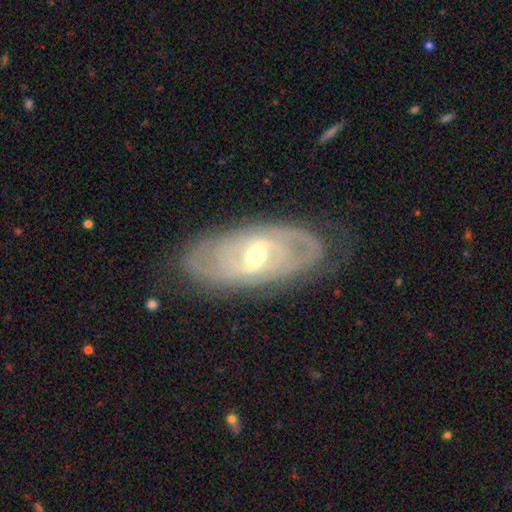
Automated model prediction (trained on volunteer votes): Smooth or featured: featured or disk — 83% (smooth — 12%)
Edge-on disk: no — 90% (yes — 10%)
Bar: strong — 45% (weak — 40%)
Spiral arms: yes — 74% (no — 26%)
Spiral winding: tight — 64% (medium — 26%)
Spiral arm count: 2 — 44% (can't tell — 39%)
Bulge size: moderate — 64% (small — 30%)
Merging: none — 78% (minor disturbance — 14%)